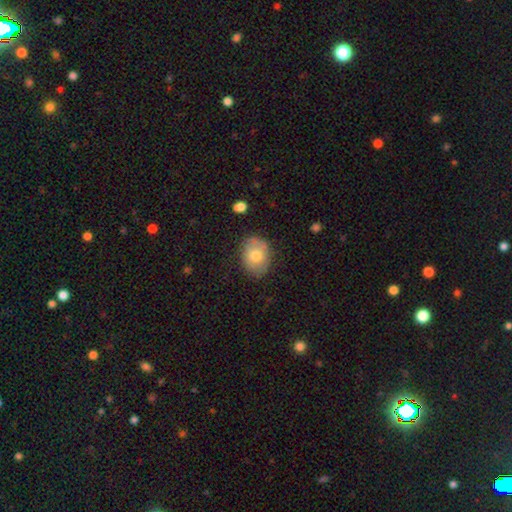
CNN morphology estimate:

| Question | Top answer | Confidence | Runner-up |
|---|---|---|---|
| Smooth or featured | smooth | 73% | featured or disk (19%) |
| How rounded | in between | 61% | round (38%) |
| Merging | none | 78% | minor disturbance (16%) |